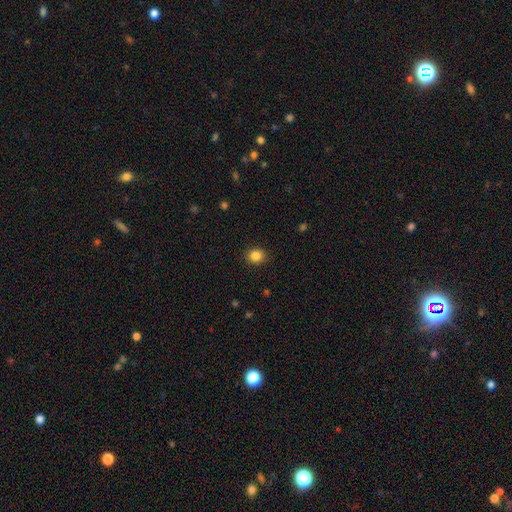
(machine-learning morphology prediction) smooth_or_featured: smooth (p=0.85) [alt: star or artifact p=0.11]
how_rounded: round (p=0.73) [alt: in between p=0.26]
merging: none (p=0.90) [alt: minor disturbance p=0.07]